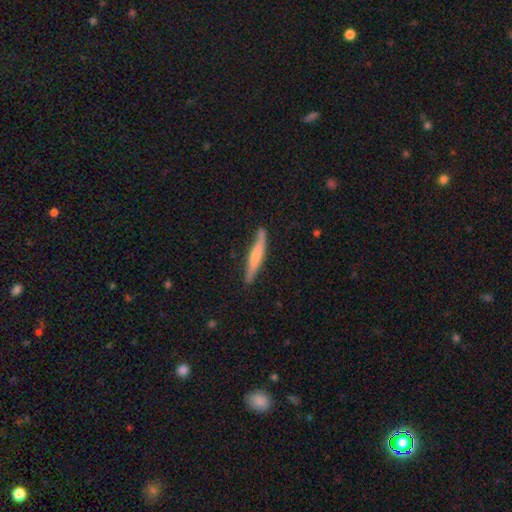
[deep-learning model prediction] A featured or disk galaxy (51%) viewed edge-on (94%).

Vote fractions:
- Smooth or featured? featured or disk: 51% / smooth: 43% / star or artifact: 5%
- Edge-on disk? yes: 94% / no: 6%
- Merging? none: 82% / minor disturbance: 13% / major disturbance: 2% / merger: 2%